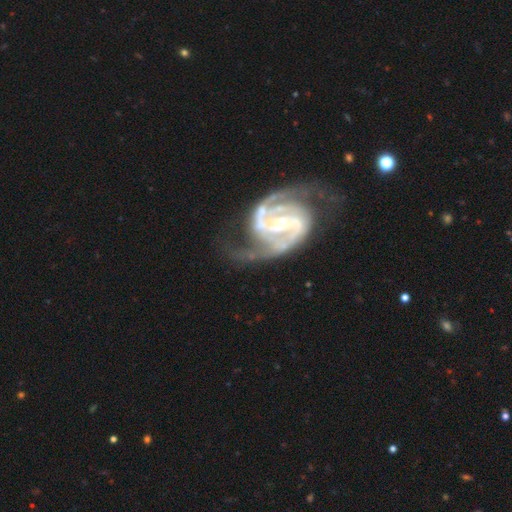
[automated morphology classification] A featured or disk galaxy (93%) with a strong bar (51%), 2 (89%) medium (57%) spiral arms (98%) and a small central bulge (58%).

Vote fractions:
- Smooth or featured? featured or disk: 93% / star or artifact: 4% / smooth: 3%
- Edge-on disk? no: 98% / yes: 2%
- Bar? strong: 51% / weak: 36% / no: 13%
- Spiral arms? yes: 98% / no: 2%
- Spiral winding? medium: 57% / tight: 29% / loose: 14%
- Spiral arm count? 2: 89% / 3: 3% / can't tell: 3% / 1: 2% / 4: 2% / more than 4: 2%
- Bulge size? small: 58% / moderate: 36% / large: 3% / none: 2% / dominant: 1%
- Merging? none: 69% / minor disturbance: 17% / major disturbance: 11% / merger: 3%